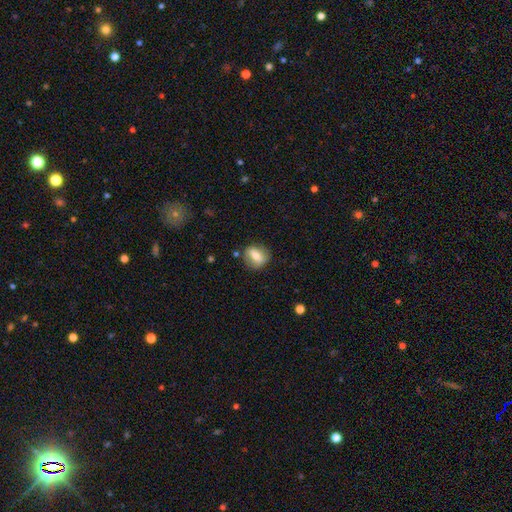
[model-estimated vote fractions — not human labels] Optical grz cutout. It shows a smooth galaxy with no disk features (61%) that is round (48%). Merging: none (78%).